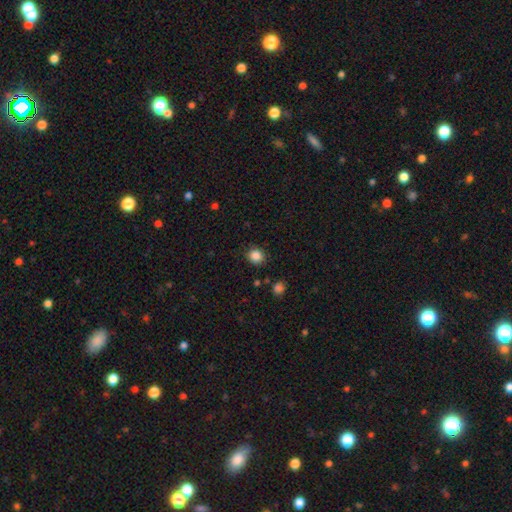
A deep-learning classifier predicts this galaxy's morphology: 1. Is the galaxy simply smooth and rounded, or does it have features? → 85% smooth, 11% star or artifact, 4% featured or disk.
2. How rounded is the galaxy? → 80% round, 19% in between, 1% cigar-shaped.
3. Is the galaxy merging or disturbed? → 85% none, 10% minor disturbance, 3% major disturbance, 2% merger.